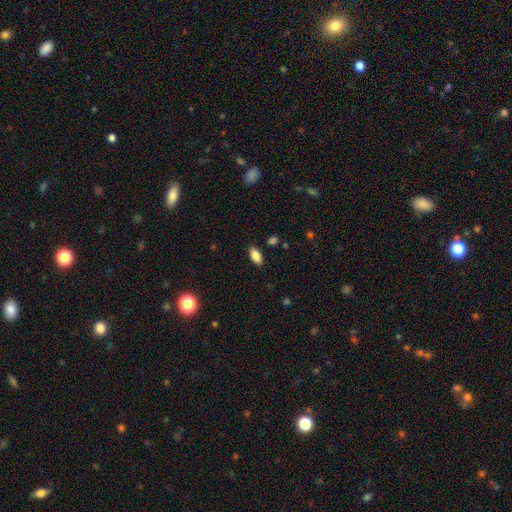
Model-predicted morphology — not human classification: type=smooth (86%); roundness=in between (90%); merging=none (87%).